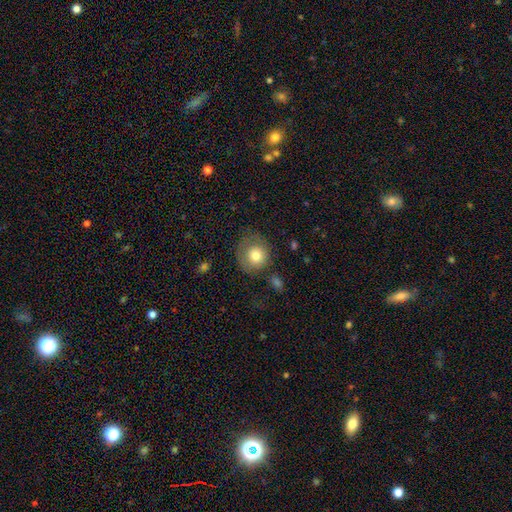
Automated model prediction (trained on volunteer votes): Morphology: type=smooth (77%); roundness=round (84%); merging=none (64%).